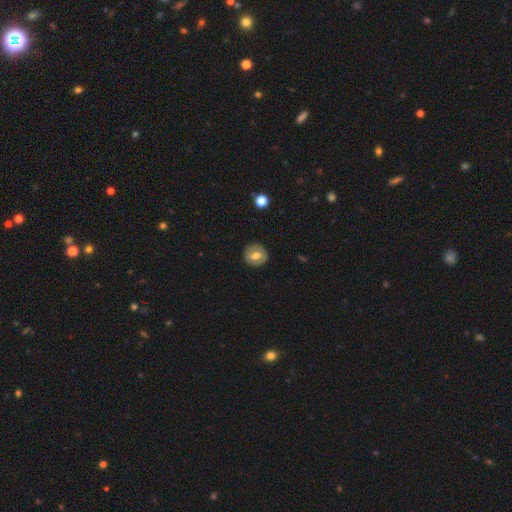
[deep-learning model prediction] A smooth galaxy with no disk features (63%) that is round (88%).

Vote fractions:
- Smooth or featured? smooth: 63% / featured or disk: 30% / star or artifact: 8%
- How rounded? round: 88% / in between: 11% / cigar-shaped: 1%
- Merging? none: 89% / minor disturbance: 8% / major disturbance: 2% / merger: 1%